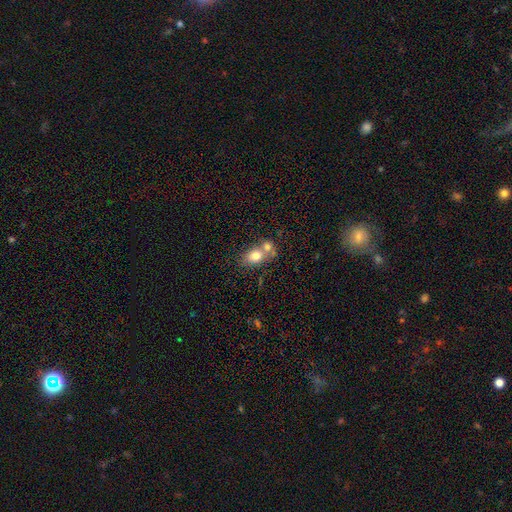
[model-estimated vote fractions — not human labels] Smooth or featured? Predicted: smooth (p=0.75). How rounded? Predicted: in between (p=0.61). Merging? Predicted: merger (p=0.50).